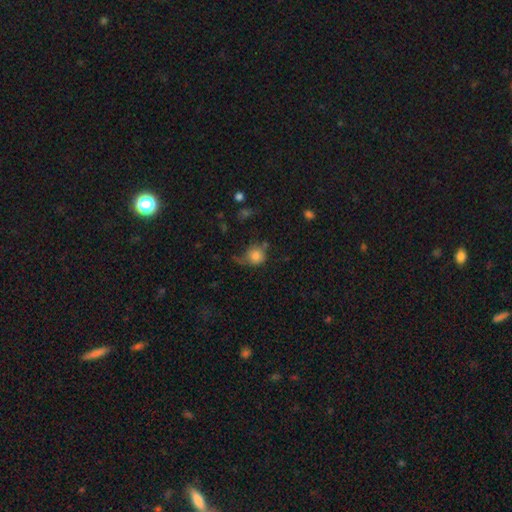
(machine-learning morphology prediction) smooth-or-featured: smooth: 79% | featured or disk: 11% | star or artifact: 10%
  how-rounded: round: 84% | in between: 15% | cigar-shaped: 1%
  merging: none: 44% | minor disturbance: 27% | major disturbance: 20% | merger: 9%